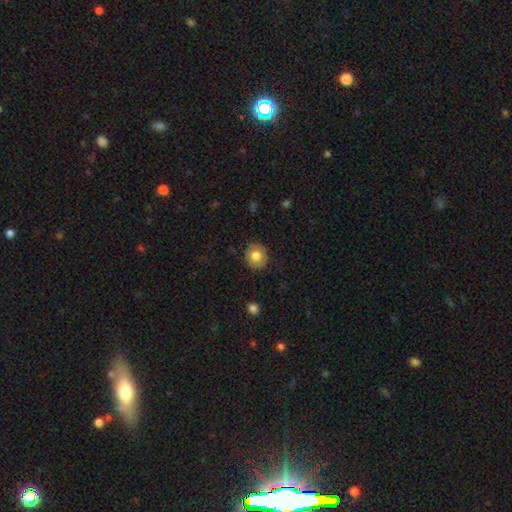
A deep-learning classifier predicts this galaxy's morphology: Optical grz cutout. It shows a smooth galaxy with no disk features (80%) that is round (76%). Merging: none (87%).